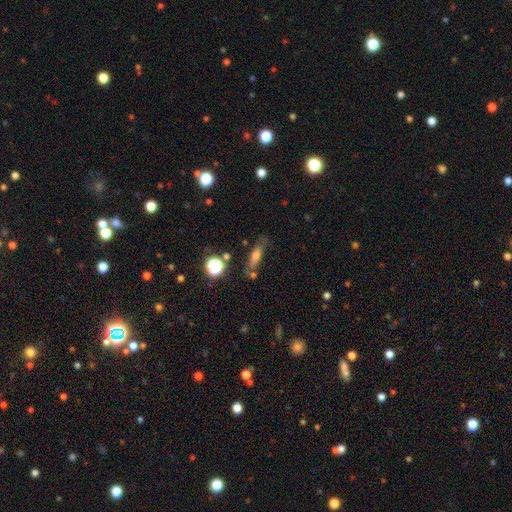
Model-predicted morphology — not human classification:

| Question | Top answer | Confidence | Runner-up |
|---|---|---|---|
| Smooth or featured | smooth | 51% | featured or disk (33%) |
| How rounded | cigar-shaped | 52% | in between (39%) |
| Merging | none | 70% | minor disturbance (17%) |